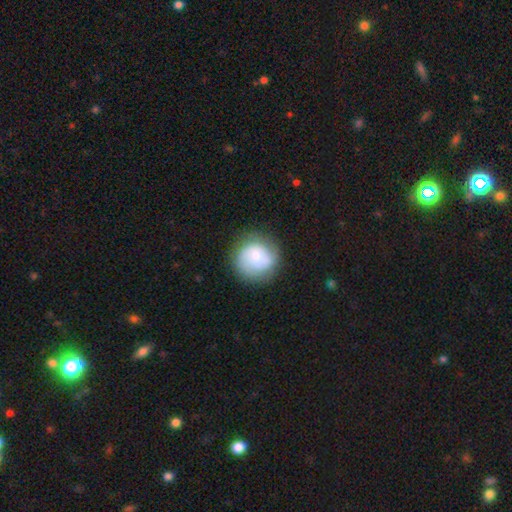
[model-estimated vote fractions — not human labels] Smooth or featured: smooth — 59% (featured or disk — 34%)
How rounded: round — 91% (in between — 8%)
Merging: none — 73% (minor disturbance — 16%)